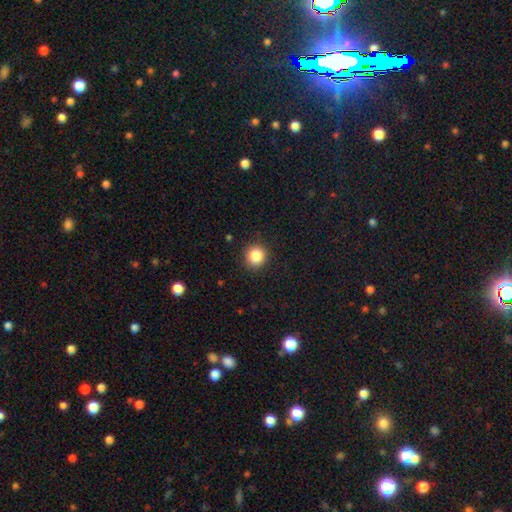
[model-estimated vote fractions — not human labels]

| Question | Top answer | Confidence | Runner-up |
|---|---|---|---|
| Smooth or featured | smooth | 86% | star or artifact (10%) |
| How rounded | round | 91% | in between (8%) |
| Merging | none | 90% | minor disturbance (7%) |